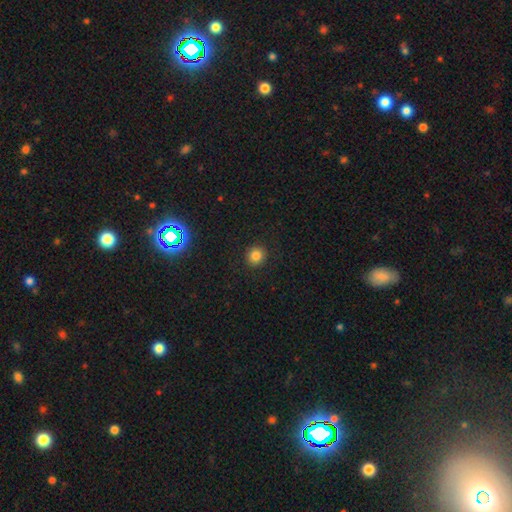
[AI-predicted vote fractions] Smooth or featured: smooth — 82% (star or artifact — 13%)
How rounded: round — 90% (in between — 9%)
Merging: none — 91% (minor disturbance — 6%)